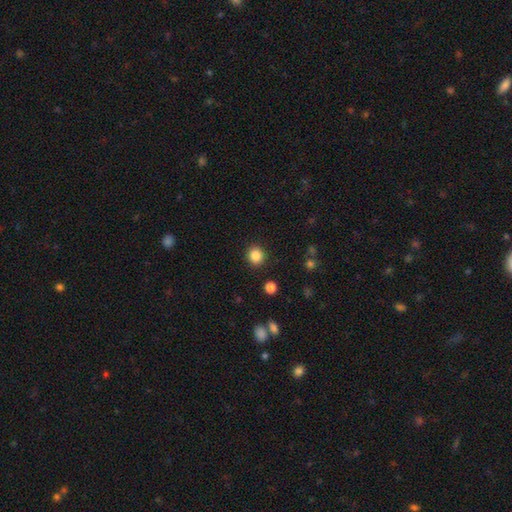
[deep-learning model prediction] The model was most divided on "smooth or featured": smooth: 85%, star or artifact: 11%, featured or disk: 4%. More confident: merging — none (91%); how rounded — round (88%).